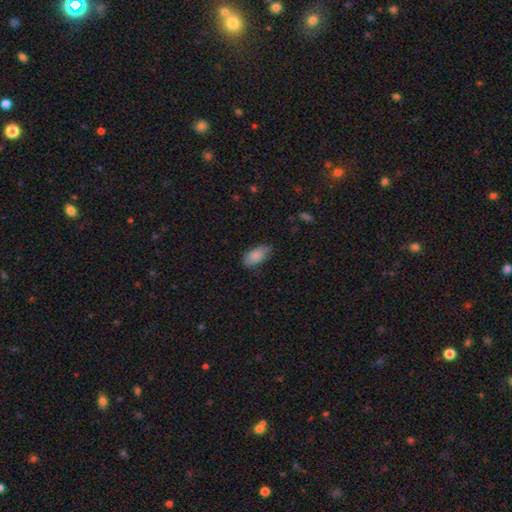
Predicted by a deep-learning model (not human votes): Morphology: type=smooth (84%); roundness=in between (93%); merging=none (69%).